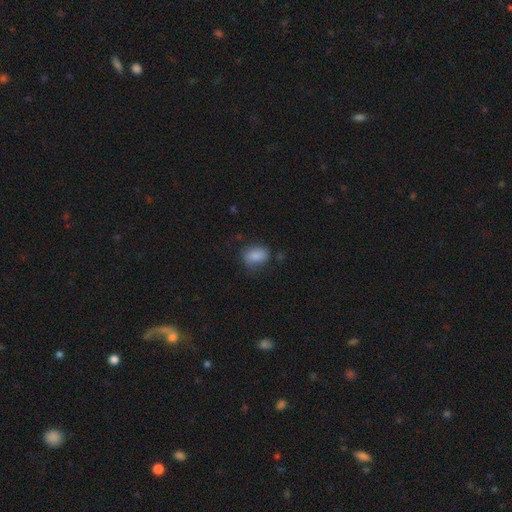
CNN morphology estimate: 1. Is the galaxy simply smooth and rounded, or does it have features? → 83% smooth, 9% featured or disk, 8% star or artifact.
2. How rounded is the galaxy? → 76% in between, 23% round, 1% cigar-shaped.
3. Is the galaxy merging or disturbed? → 62% none, 27% minor disturbance, 10% major disturbance, 2% merger.